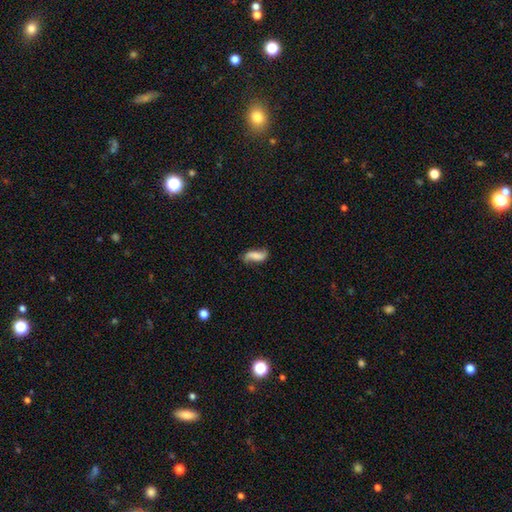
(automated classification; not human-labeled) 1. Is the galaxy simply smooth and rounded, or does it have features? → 48% smooth, 43% featured or disk, 9% star or artifact.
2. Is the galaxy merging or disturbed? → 66% none, 23% minor disturbance, 8% major disturbance, 3% merger.